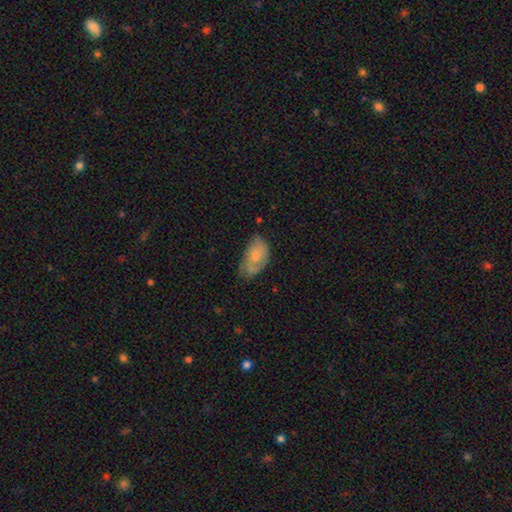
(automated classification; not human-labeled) Smooth or featured?
  - smooth: 55% *
  - featured or disk: 38%
  - star or artifact: 7%
How rounded?
  - in between: 91% *
  - round: 7%
  - cigar-shaped: 2%
Merging?
  - none: 51% *
  - minor disturbance: 35%
  - major disturbance: 12%
  - merger: 2%